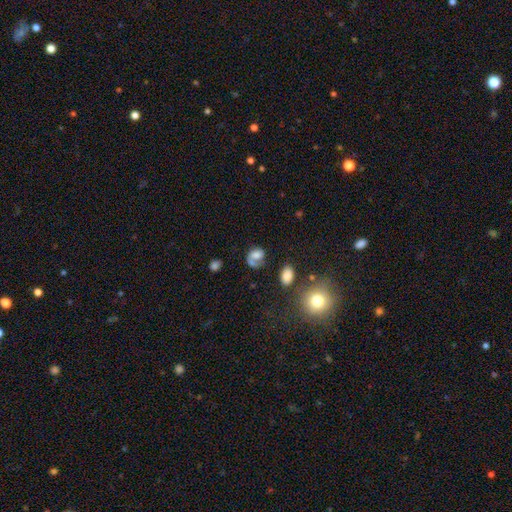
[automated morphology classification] Smooth or featured? Predicted: smooth (p=0.58). How rounded? Predicted: in between (p=0.63). Merging? Predicted: none (p=0.36).